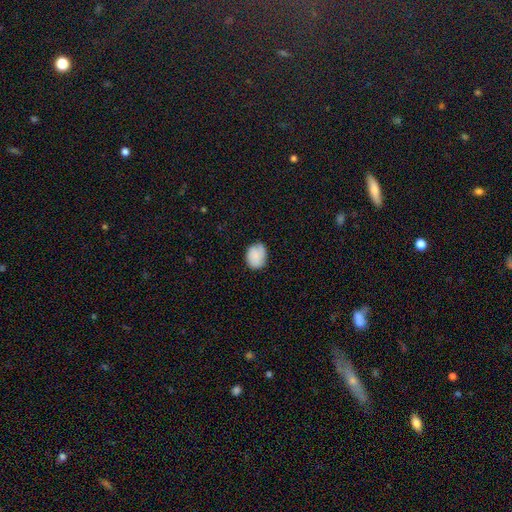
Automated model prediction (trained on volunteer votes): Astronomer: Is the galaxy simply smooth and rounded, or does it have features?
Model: smooth — 85%.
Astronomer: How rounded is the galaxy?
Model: in between — 57% (runner-up: round, 42%).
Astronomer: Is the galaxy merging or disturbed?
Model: none — 71%.